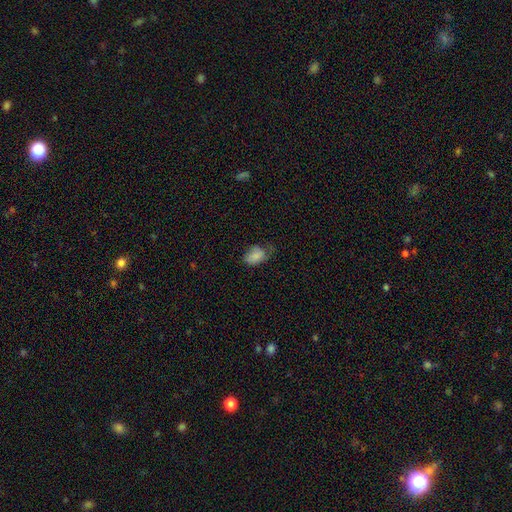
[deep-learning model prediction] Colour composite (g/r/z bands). It shows a smooth galaxy with no disk features (80%) that is in between round and cigar-shaped (85%). Merging: none (42%).